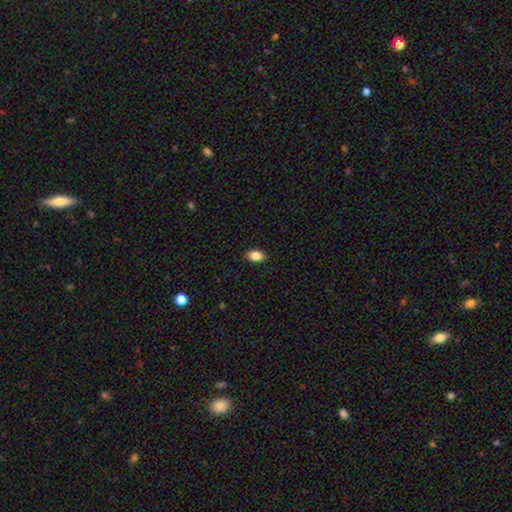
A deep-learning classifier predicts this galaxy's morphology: smooth 86%, star or artifact 8%, featured or disk 5%. Down the decision tree: how rounded — in between (90%); merging — none (89%).